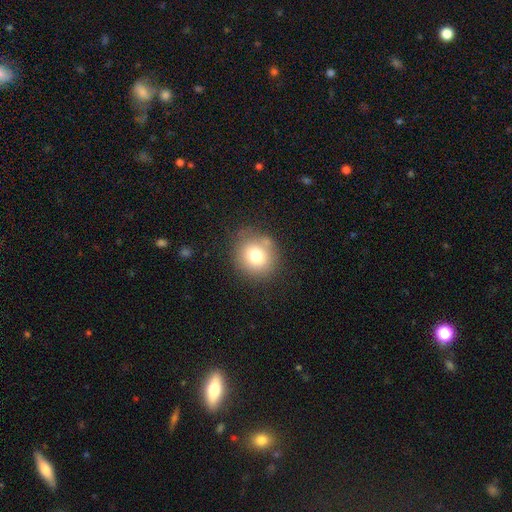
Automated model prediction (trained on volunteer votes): The model was most divided on "smooth or featured": smooth: 75%, featured or disk: 13%, star or artifact: 12%. More confident: how rounded — round (85%); merging — none (78%).